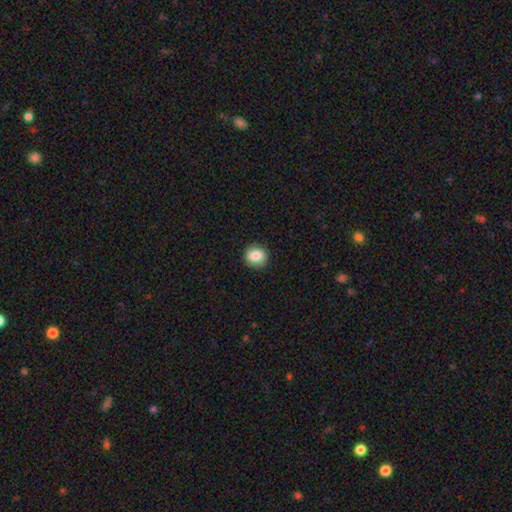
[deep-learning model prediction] Smooth or featured?
  - smooth: 84% *
  - star or artifact: 8%
  - featured or disk: 8%
How rounded?
  - round: 78% *
  - in between: 21%
  - cigar-shaped: 1%
Merging?
  - none: 88% *
  - minor disturbance: 9%
  - major disturbance: 2%
  - merger: 1%